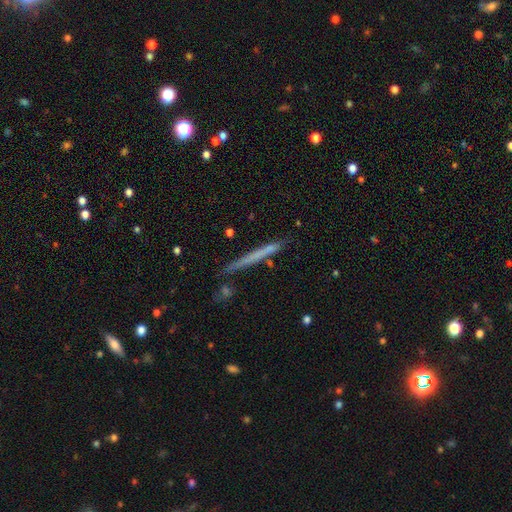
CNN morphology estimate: A smooth galaxy with no disk features (50%).

Vote fractions:
- Smooth or featured? smooth: 50% / featured or disk: 43% / star or artifact: 7%
- Merging? none: 84% / minor disturbance: 11% / merger: 3% / major disturbance: 2%